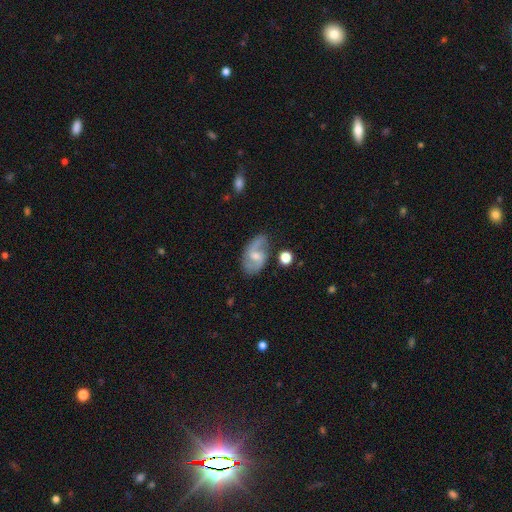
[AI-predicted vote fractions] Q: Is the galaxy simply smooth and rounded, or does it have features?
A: featured or disk — 74%.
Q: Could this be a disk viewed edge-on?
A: no — 96%.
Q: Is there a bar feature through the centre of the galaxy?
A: weak — 50%.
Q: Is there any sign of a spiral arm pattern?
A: yes — 92%.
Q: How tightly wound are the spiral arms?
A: loose — 44%.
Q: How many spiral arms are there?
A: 2 — 87%.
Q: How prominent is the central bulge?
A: small — 45%.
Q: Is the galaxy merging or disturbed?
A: none — 68%.